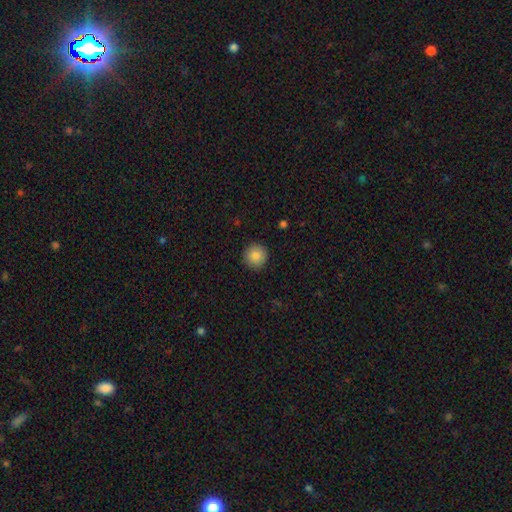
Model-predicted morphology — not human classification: Overall: smooth (85%). How rounded: round (95%). Merging: none (91%).